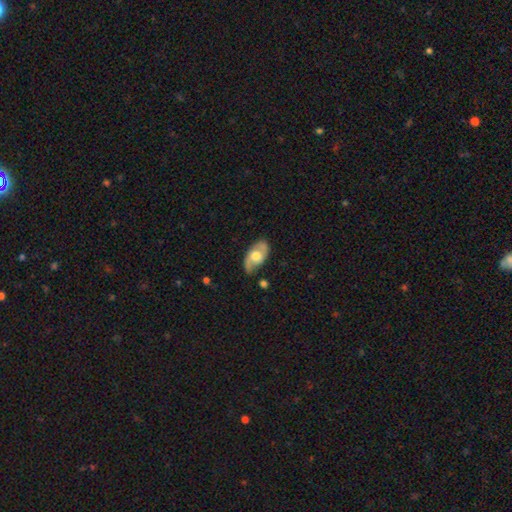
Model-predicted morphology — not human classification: smooth-or-featured: featured or disk: 50% | smooth: 44% | star or artifact: 6%
  merging: none: 67% | minor disturbance: 25% | major disturbance: 6% | merger: 3%